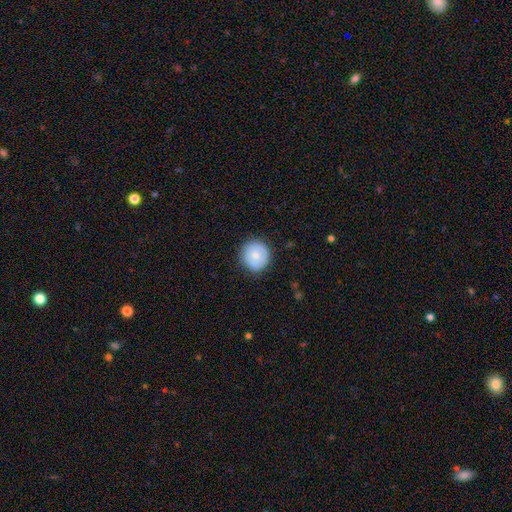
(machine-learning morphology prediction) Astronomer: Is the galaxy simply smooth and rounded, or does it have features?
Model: smooth — 73%.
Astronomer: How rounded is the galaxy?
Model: round — 93%.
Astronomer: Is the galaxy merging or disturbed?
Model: none — 85%.